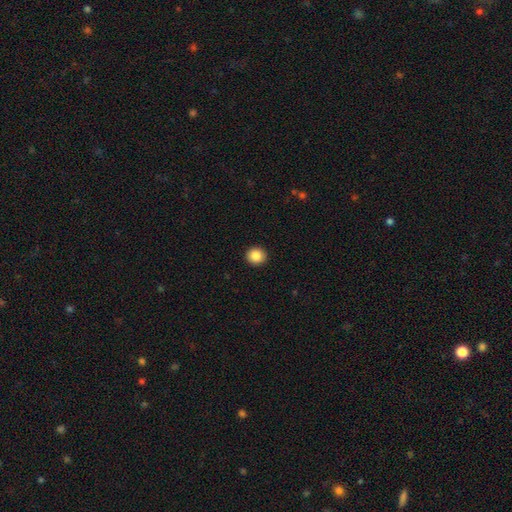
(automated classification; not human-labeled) Overall: smooth (86%). How rounded: round (89%). Merging: none (93%).